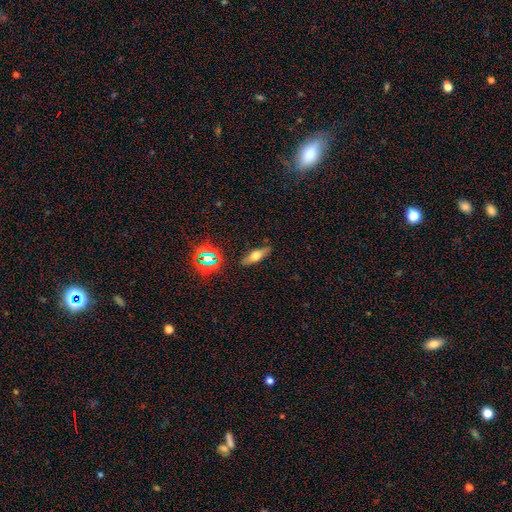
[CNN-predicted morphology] smooth 51%, featured or disk 35%, star or artifact 14%. Down the decision tree: how rounded — in between (50%); merging — none (85%).